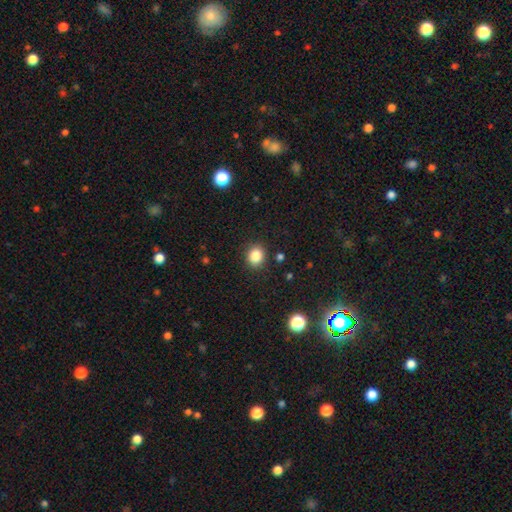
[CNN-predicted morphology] smooth 85%, star or artifact 11%, featured or disk 4%. Down the decision tree: how rounded — round (73%); merging — none (89%).